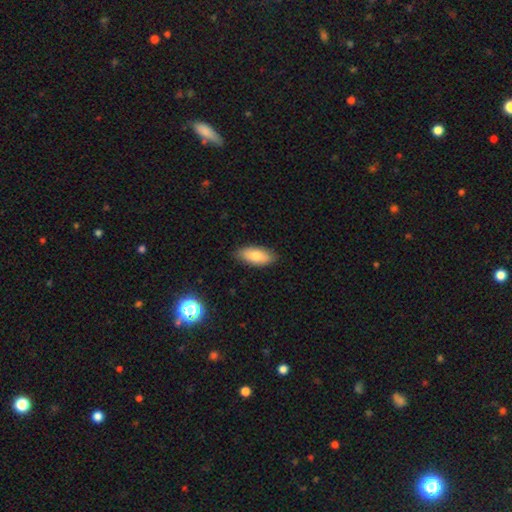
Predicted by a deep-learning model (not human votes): This appears to be a smooth galaxy with no disk features (77%) that is in between round and cigar-shaped (87%). Merging: none (84%).